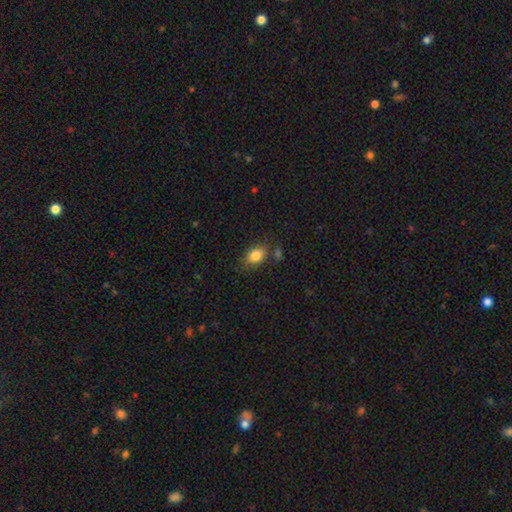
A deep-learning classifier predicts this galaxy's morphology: type=smooth (82%); roundness=in between (80%); merging=none (72%).